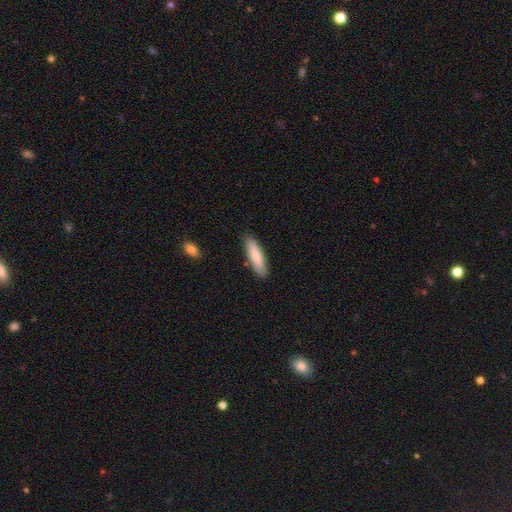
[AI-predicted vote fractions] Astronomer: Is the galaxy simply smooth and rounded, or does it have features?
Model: smooth — 82%.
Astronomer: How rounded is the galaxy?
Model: cigar-shaped — 71%.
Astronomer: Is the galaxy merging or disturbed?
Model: none — 86%.